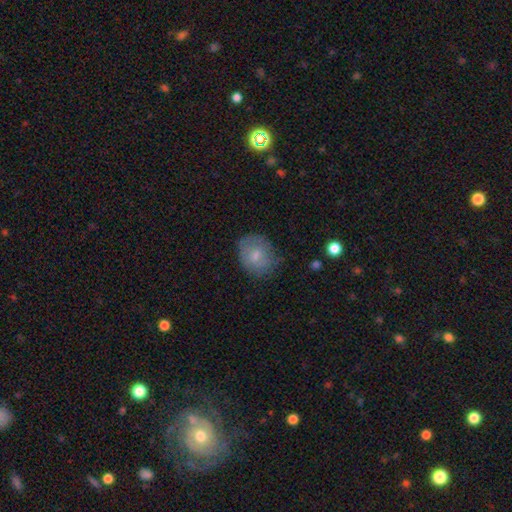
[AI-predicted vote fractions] Morphology: type=smooth (71%); roundness=round (61%); merging=none (64%).